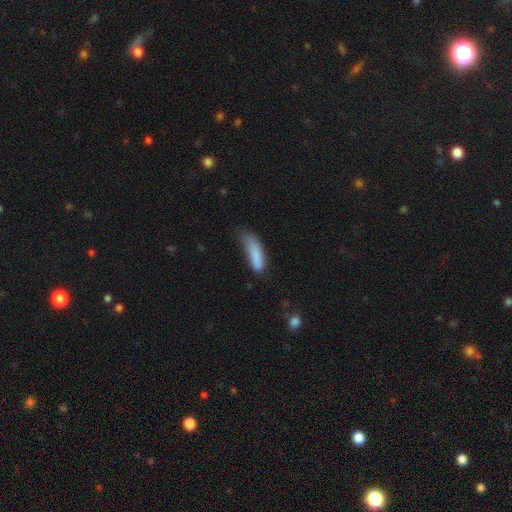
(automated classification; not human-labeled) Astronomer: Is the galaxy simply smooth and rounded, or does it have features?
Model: smooth — 84%.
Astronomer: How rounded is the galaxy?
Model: cigar-shaped — 57% (runner-up: in between, 42%).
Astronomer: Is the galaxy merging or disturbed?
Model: minor disturbance — 40% (runner-up: none, 39%).